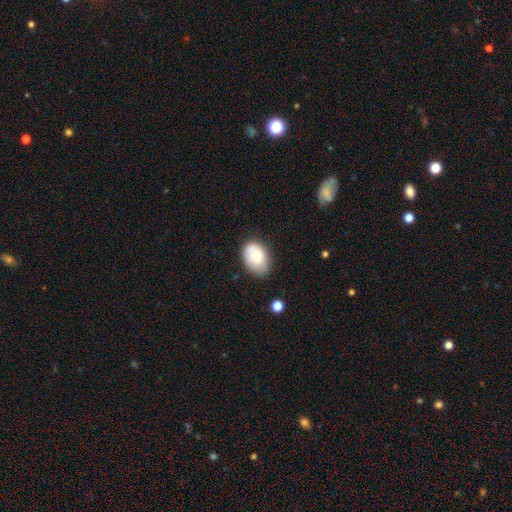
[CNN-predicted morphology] A smooth galaxy with no disk features (80%) that is in between round and cigar-shaped (82%).

Vote fractions:
- Smooth or featured? smooth: 80% / featured or disk: 13% / star or artifact: 7%
- How rounded? in between: 82% / round: 17% / cigar-shaped: 1%
- Merging? none: 67% / minor disturbance: 24% / major disturbance: 5% / merger: 3%